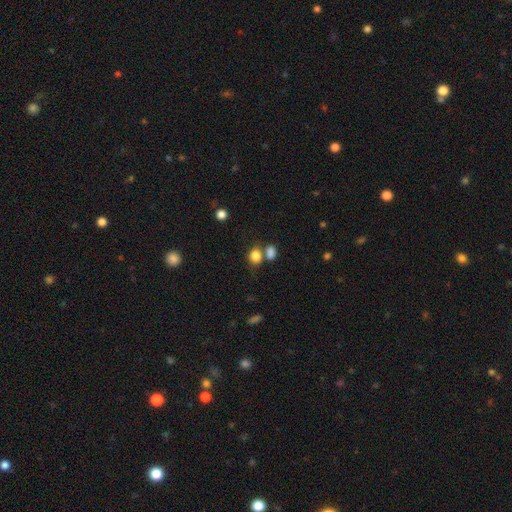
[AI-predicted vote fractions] Smooth or featured: smooth — 83% (star or artifact — 11%)
How rounded: round — 55% (in between — 44%)
Merging: none — 49% (merger — 36%)